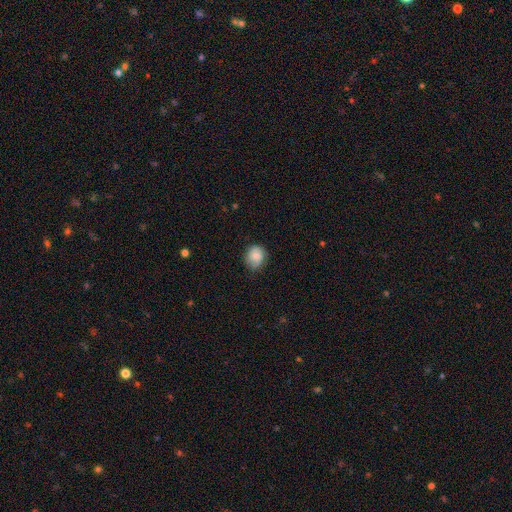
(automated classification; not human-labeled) A smooth galaxy with no disk features (82%) that is round (72%). Merging: none (72%).